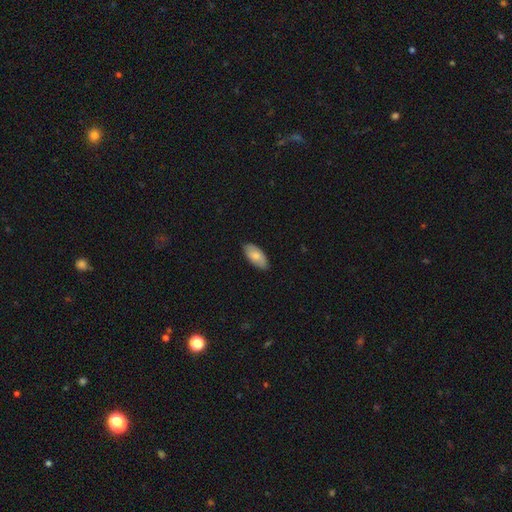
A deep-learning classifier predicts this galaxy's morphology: Smooth or featured? Predicted: smooth (p=0.79). How rounded? Predicted: in between (p=0.92). Merging? Predicted: none (p=0.86).